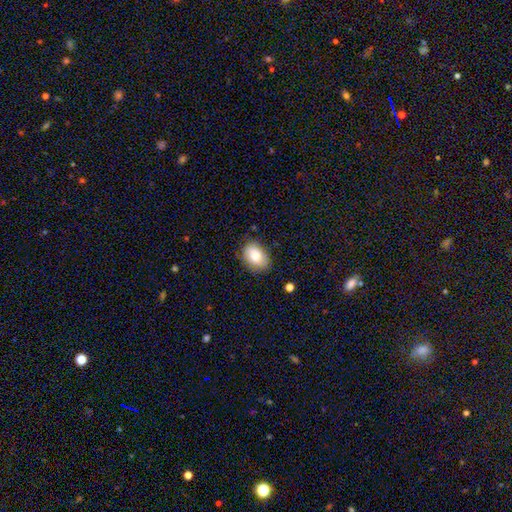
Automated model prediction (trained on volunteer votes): Smooth or featured? Predicted: smooth (p=0.81). How rounded? Predicted: in between (p=0.79). Merging? Predicted: none (p=0.82).